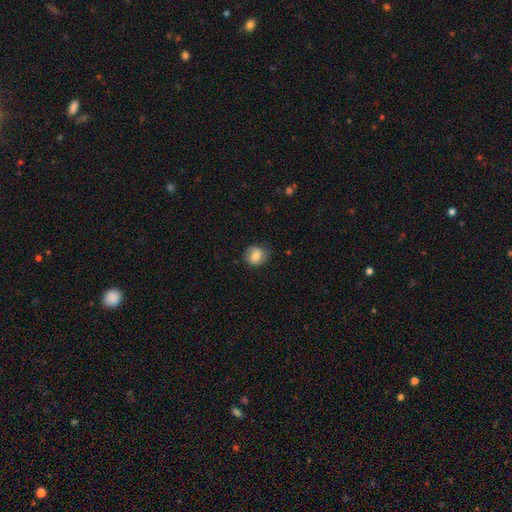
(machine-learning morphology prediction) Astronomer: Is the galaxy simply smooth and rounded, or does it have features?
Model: smooth — 75%.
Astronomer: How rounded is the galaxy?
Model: round — 79%.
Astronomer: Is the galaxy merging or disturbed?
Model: none — 79%.